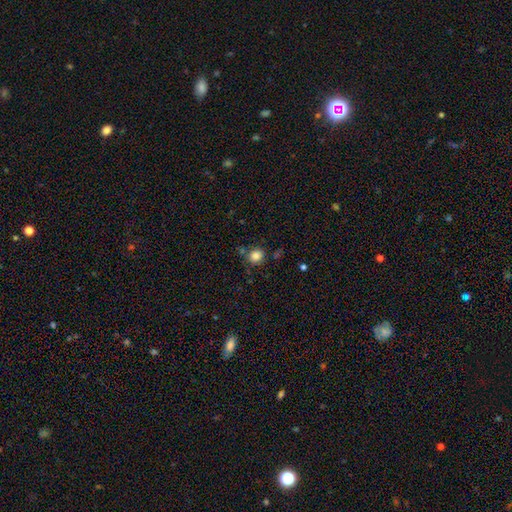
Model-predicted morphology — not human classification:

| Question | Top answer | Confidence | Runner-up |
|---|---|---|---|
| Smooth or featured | smooth | 84% | star or artifact (11%) |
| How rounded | round | 81% | in between (18%) |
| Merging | none | 75% | minor disturbance (14%) |